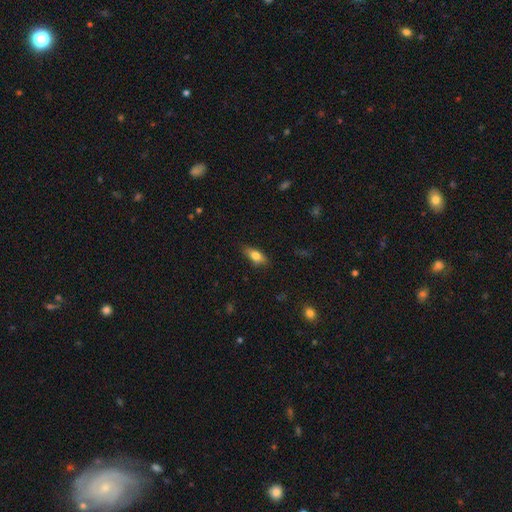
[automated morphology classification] A smooth galaxy with no disk features (74%) that is in between round and cigar-shaped (76%).

Vote fractions:
- Smooth or featured? smooth: 74% / featured or disk: 18% / star or artifact: 8%
- How rounded? in between: 76% / cigar-shaped: 20% / round: 5%
- Merging? none: 80% / minor disturbance: 16% / major disturbance: 3% / merger: 1%